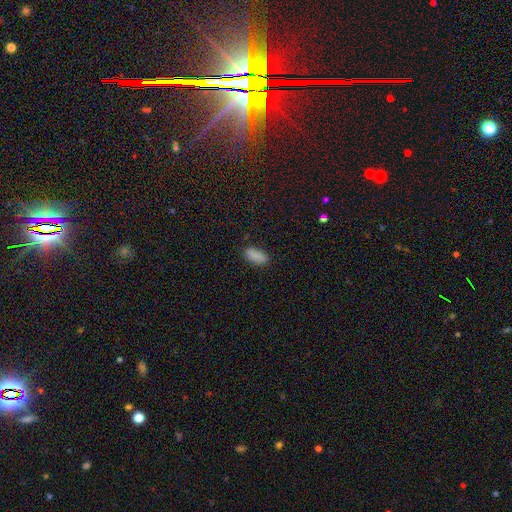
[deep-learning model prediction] Q: Smooth or featured?
A: smooth (88%); runner-up: star or artifact (8%)
Q: How rounded?
A: in between (84%); runner-up: cigar-shaped (14%)
Q: Merging?
A: none (86%); runner-up: minor disturbance (11%)